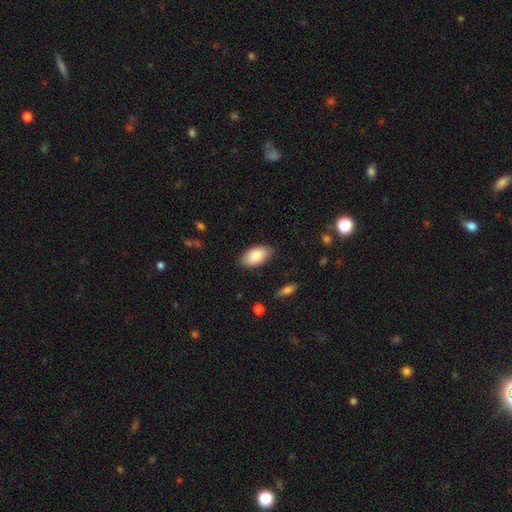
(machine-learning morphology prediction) Q: Smooth or featured?
A: smooth (88%); runner-up: featured or disk (6%)
Q: How rounded?
A: in between (95%); runner-up: round (3%)
Q: Merging?
A: none (86%); runner-up: minor disturbance (11%)